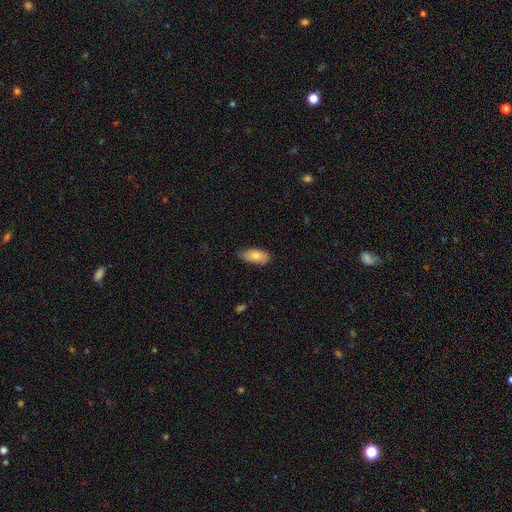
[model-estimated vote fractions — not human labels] Morphology: type=smooth (79%); roundness=in between (92%); merging=none (74%).